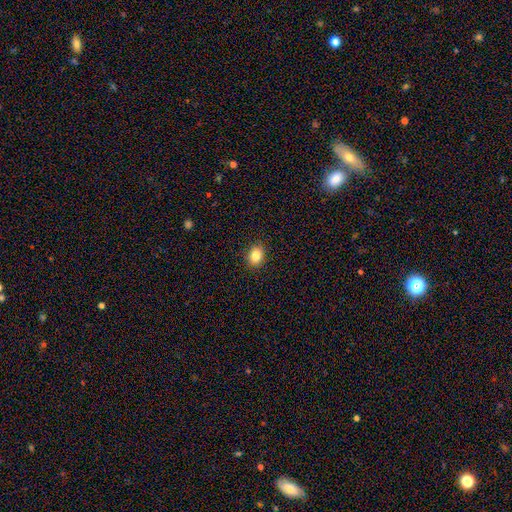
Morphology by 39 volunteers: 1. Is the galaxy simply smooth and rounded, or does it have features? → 87% smooth, 8% star or artifact, 5% featured or disk.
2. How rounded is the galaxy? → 59% in between, 41% round, 0% cigar-shaped.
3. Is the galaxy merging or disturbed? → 92% none, 3% minor disturbance, 3% major disturbance, 3% merger.